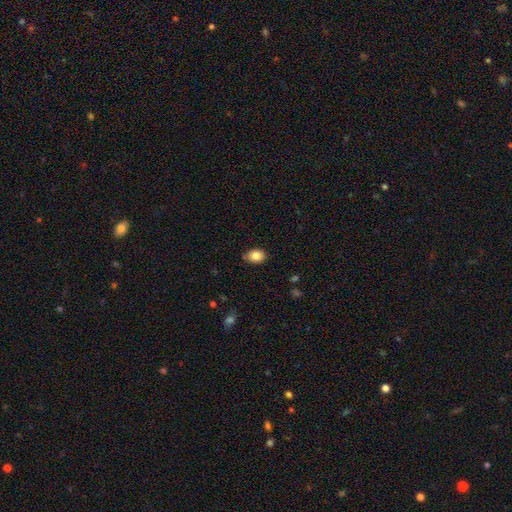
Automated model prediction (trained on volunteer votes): Smooth or featured? Predicted: smooth (p=0.85). How rounded? Predicted: in between (p=0.72). Merging? Predicted: none (p=0.80).